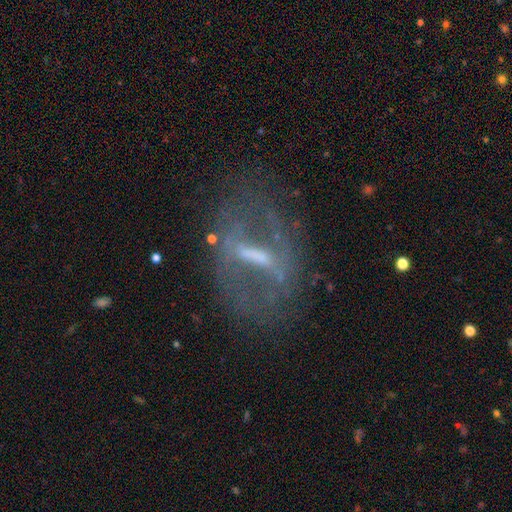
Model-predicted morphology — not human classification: Smooth or featured?
  - featured or disk: 75% *
  - smooth: 14%
  - star or artifact: 11%
Edge-on disk?
  - no: 82% *
  - yes: 18%
Bar?
  - strong: 69% *
  - weak: 22%
  - no: 10%
Spiral arms?
  - no: 59% *
  - yes: 41%
Bulge size?
  - moderate: 36% *
  - small: 28%
  - none: 25%
  - large: 9%
  - dominant: 2%
Merging?
  - none: 64% *
  - major disturbance: 17%
  - minor disturbance: 16%
  - merger: 3%